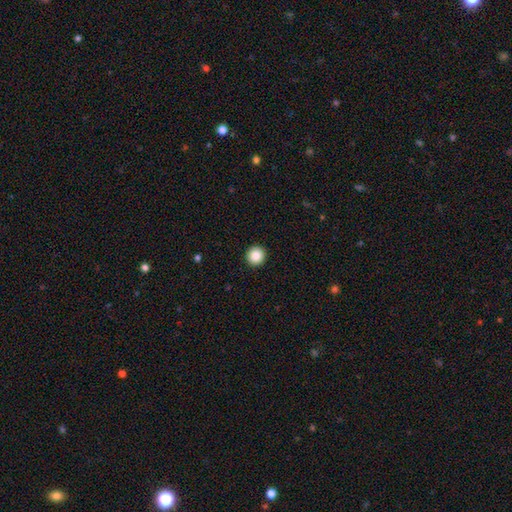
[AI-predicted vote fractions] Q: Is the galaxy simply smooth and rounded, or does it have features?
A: smooth — 86%.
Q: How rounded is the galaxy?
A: round — 96%.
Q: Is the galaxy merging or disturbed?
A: none — 94%.